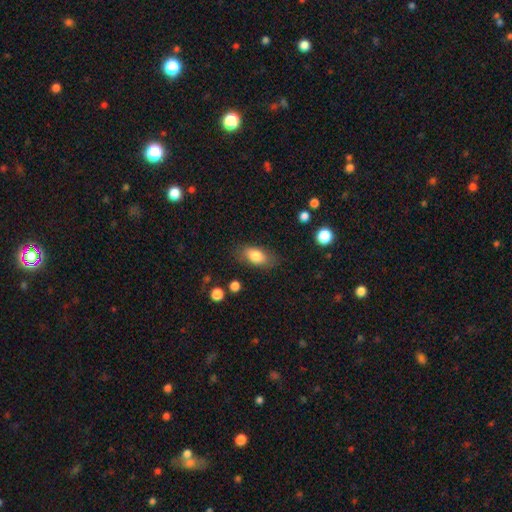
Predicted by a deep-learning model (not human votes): smooth-or-featured: smooth: 81% | featured or disk: 11% | star or artifact: 7%
  how-rounded: in between: 87% | cigar-shaped: 7% | round: 7%
  merging: none: 78% | minor disturbance: 15% | major disturbance: 5% | merger: 2%